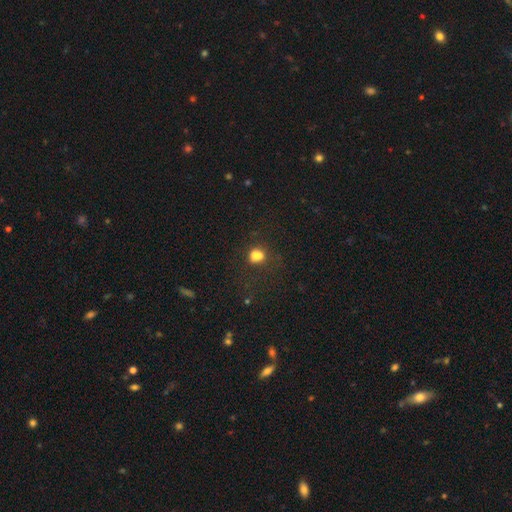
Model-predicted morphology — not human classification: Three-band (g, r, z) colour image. It shows a smooth galaxy with no disk features (72%) that is round (51%). Merging: none (52%).